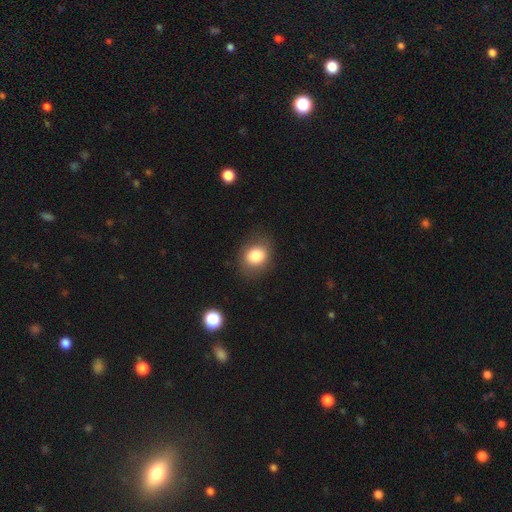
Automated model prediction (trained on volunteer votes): Smooth or featured? smooth (81%)
How rounded? round (53%)
Merging? none (80%)